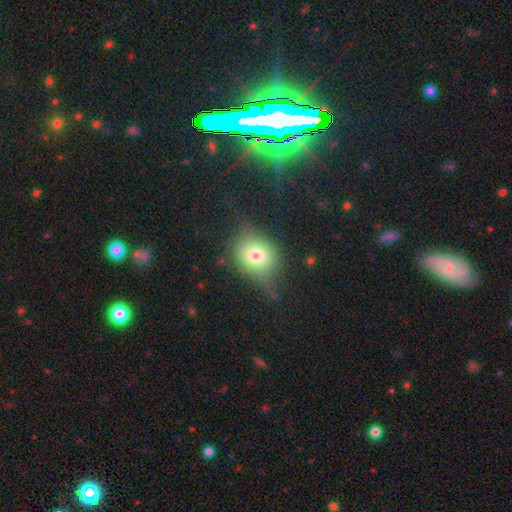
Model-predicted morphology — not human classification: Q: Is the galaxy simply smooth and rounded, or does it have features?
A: smooth — 66%.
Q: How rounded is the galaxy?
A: round — 57%.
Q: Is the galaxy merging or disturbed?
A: none — 47%.